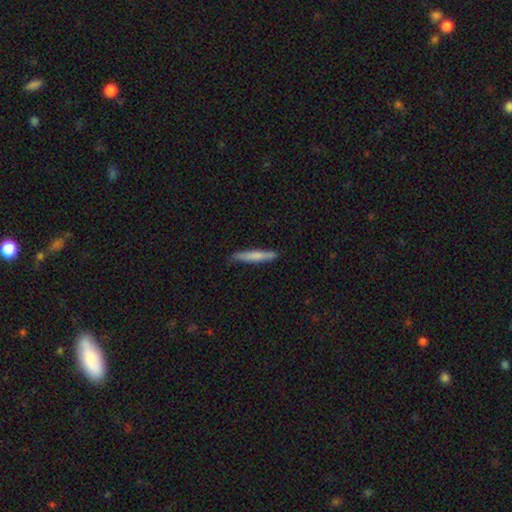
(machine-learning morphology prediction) A smooth galaxy with no disk features (70%) that is cigar-shaped (94%). Merging: none (85%).